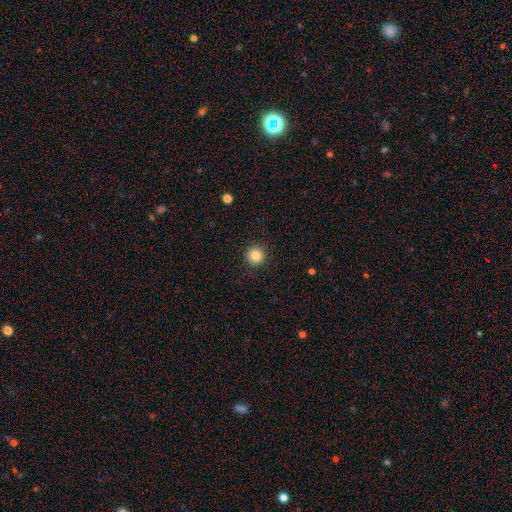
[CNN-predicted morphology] Smooth or featured?
  - smooth: 84% *
  - star or artifact: 11%
  - featured or disk: 5%
How rounded?
  - round: 95% *
  - in between: 4%
  - cigar-shaped: 1%
Merging?
  - none: 92% *
  - minor disturbance: 5%
  - major disturbance: 2%
  - merger: 1%